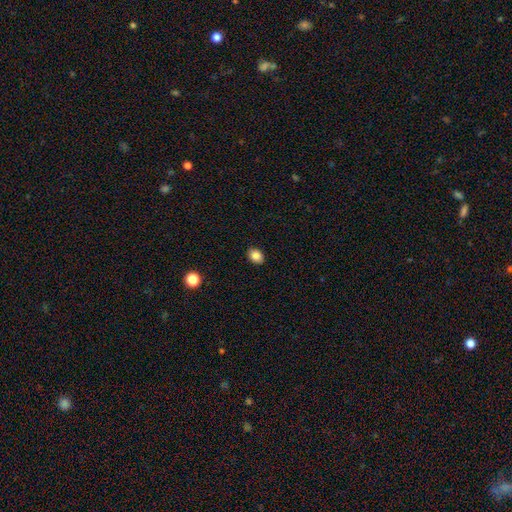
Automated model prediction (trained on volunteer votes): smooth-or-featured: smooth: 85% | star or artifact: 9% | featured or disk: 5%
  how-rounded: in between: 68% | round: 31% | cigar-shaped: 1%
  merging: none: 90% | minor disturbance: 8% | major disturbance: 2% | merger: 1%